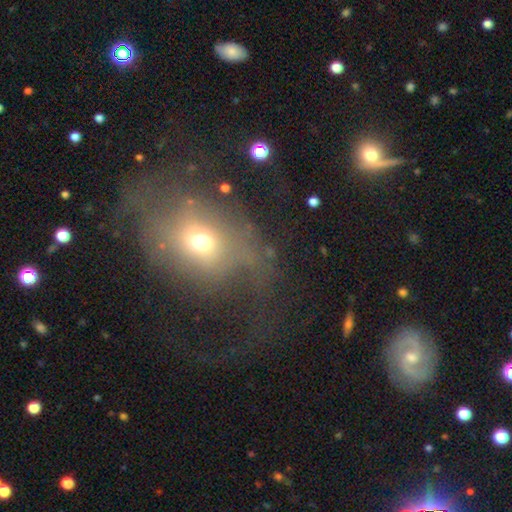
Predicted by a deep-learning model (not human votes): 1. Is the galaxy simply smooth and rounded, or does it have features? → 46% featured or disk, 37% smooth, 16% star or artifact.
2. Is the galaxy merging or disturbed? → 43% major disturbance, 37% none, 17% minor disturbance, 3% merger.